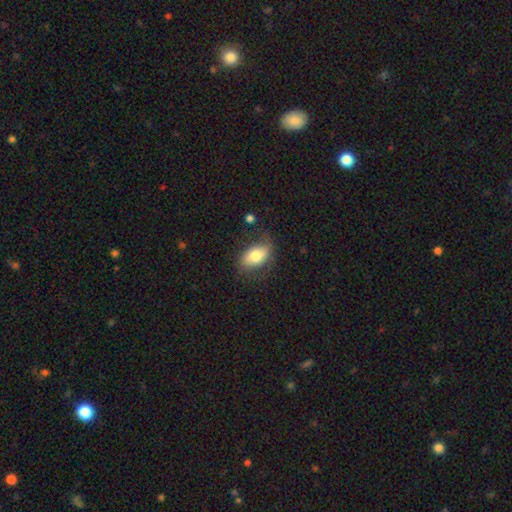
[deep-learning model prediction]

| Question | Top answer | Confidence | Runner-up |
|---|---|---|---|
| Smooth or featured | smooth | 70% | featured or disk (23%) |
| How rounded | in between | 88% | round (9%) |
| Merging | none | 64% | minor disturbance (24%) |